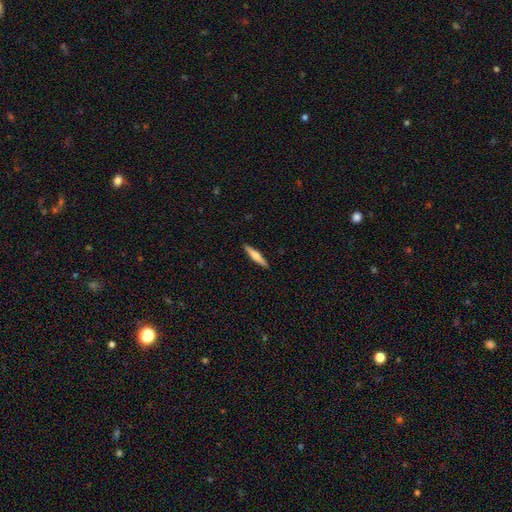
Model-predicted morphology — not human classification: A featured or disk galaxy (49%).

Vote fractions:
- Smooth or featured? featured or disk: 49% / smooth: 46% / star or artifact: 6%
- Merging? none: 91% / minor disturbance: 6% / major disturbance: 1% / merger: 1%